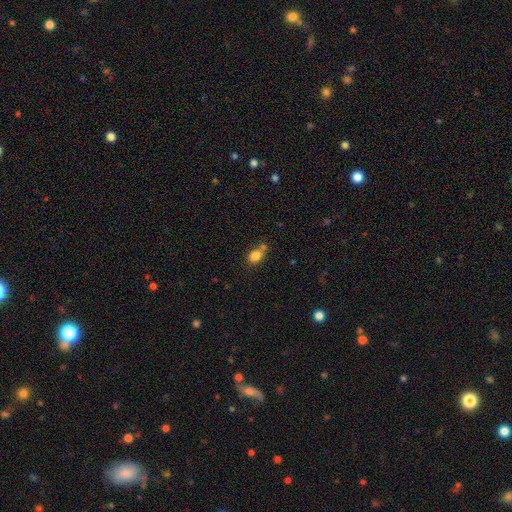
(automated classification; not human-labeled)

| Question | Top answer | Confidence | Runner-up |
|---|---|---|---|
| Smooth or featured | smooth | 82% | star or artifact (10%) |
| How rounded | in between | 57% | round (42%) |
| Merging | none | 53% | merger (23%) |